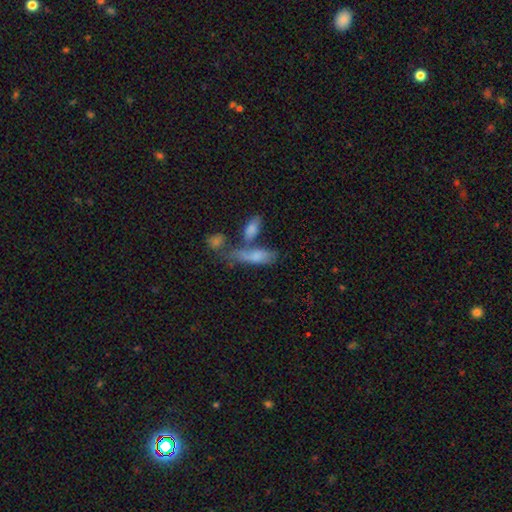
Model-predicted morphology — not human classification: A smooth galaxy with no disk features (71%) that is in between round and cigar-shaped (64%). Merging: merger (39%).